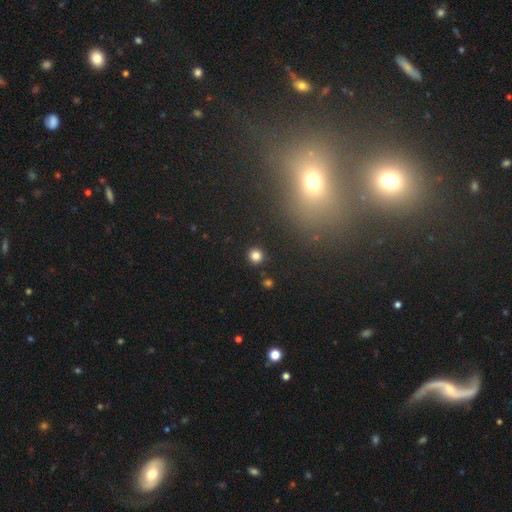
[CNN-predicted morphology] Q: Smooth or featured?
A: smooth (82%); runner-up: star or artifact (13%)
Q: How rounded?
A: round (93%); runner-up: in between (6%)
Q: Merging?
A: none (91%); runner-up: minor disturbance (5%)